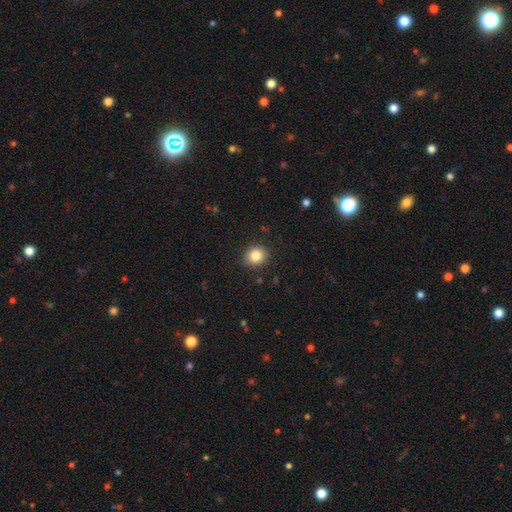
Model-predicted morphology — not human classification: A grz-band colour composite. It shows a smooth galaxy with no disk features (84%) that is round (75%). Merging: none (89%).